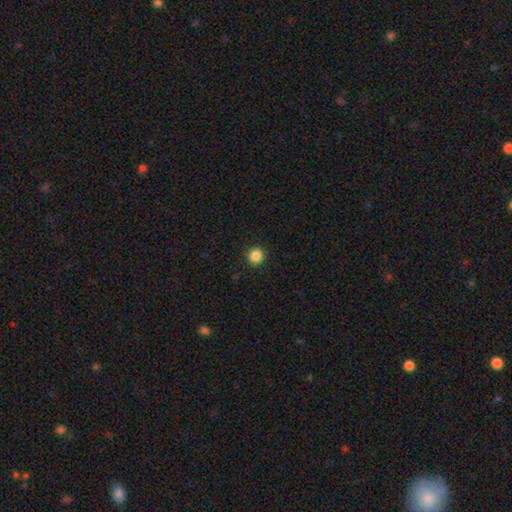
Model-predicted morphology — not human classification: Overall: smooth (86%). How rounded: round (92%). Merging: none (93%).